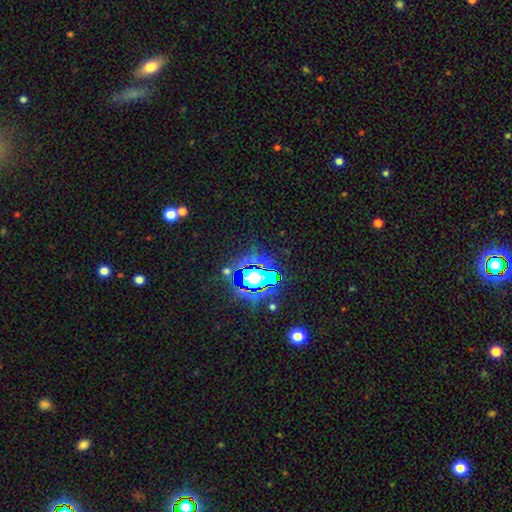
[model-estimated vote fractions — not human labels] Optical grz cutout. It shows a star or artifact, not a galaxy (80%).